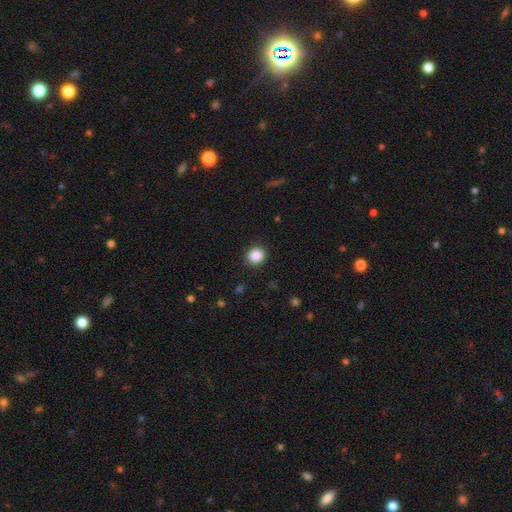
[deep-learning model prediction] Smooth or featured: smooth — 87% (star or artifact — 9%)
How rounded: round — 78% (in between — 21%)
Merging: none — 90% (minor disturbance — 6%)